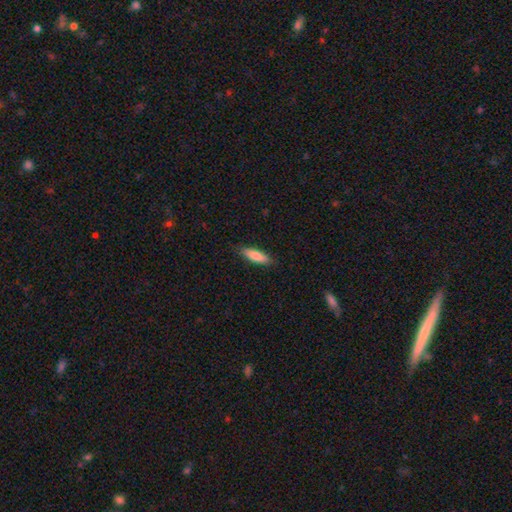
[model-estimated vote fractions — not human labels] A smooth galaxy with no disk features (80%) that is cigar-shaped (59%). Merging: none (86%).